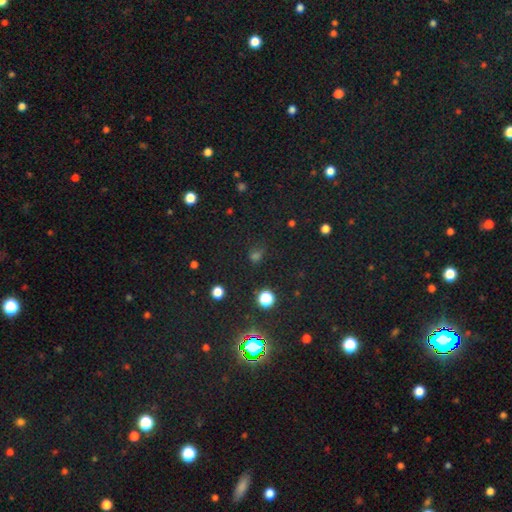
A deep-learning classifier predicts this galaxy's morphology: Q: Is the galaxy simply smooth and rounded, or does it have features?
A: smooth — 47%.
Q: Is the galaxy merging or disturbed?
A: none — 76%.